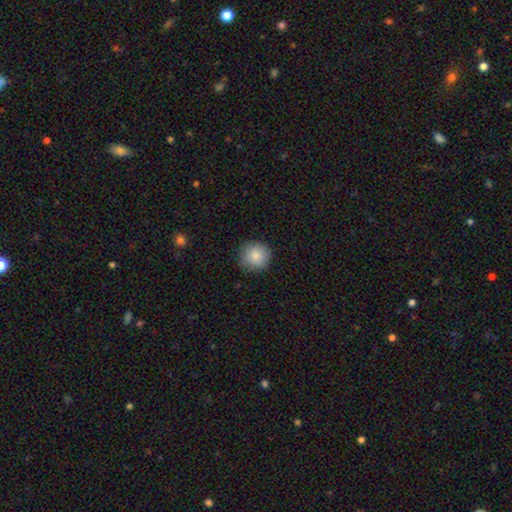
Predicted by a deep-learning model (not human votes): The model was most divided on "merging": none: 82%, minor disturbance: 14%, major disturbance: 3%, merger: 1%. More confident: how rounded — round (94%); smooth or featured — smooth (87%).